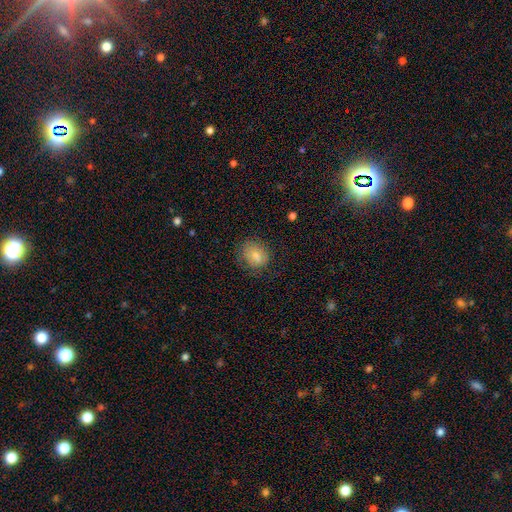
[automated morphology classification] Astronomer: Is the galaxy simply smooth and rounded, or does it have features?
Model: smooth — 76%.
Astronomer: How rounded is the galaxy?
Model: round — 59% (runner-up: in between, 40%).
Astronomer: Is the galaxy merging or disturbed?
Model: none — 68%.